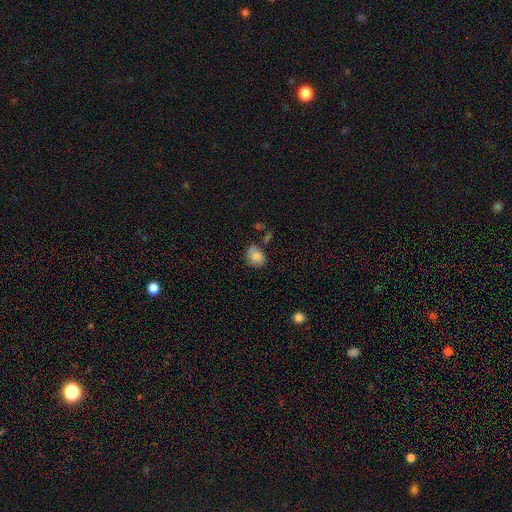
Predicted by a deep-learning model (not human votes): smooth_or_featured: smooth (p=0.76) [alt: featured or disk p=0.15]
how_rounded: round (p=0.50) [alt: in between p=0.49]
merging: none (p=0.58) [alt: minor disturbance p=0.25]